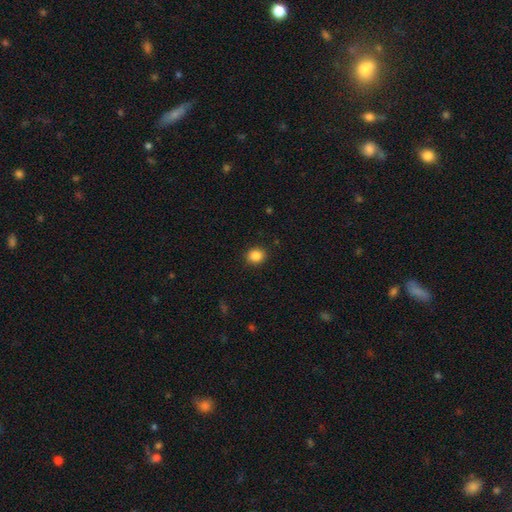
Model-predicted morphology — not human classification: Smooth or featured? smooth (86%)
How rounded? round (75%)
Merging? none (91%)